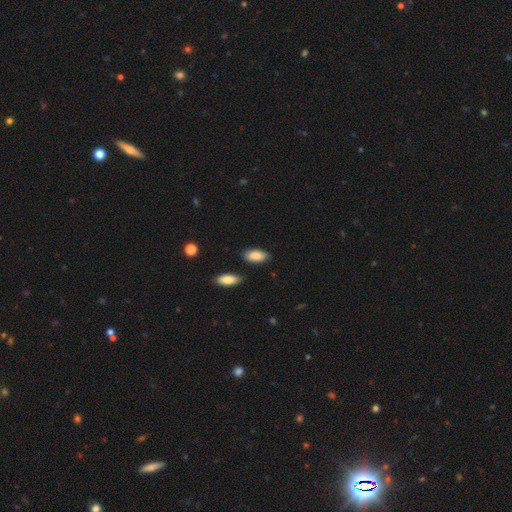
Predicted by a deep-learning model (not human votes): Smooth or featured? Predicted: smooth (p=0.88). How rounded? Predicted: in between (p=0.92). Merging? Predicted: none (p=0.83).